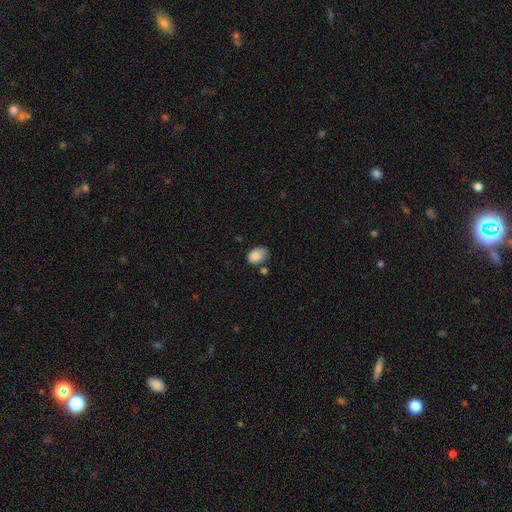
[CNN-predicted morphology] type=smooth (87%); roundness=in between (78%); merging=none (57%).